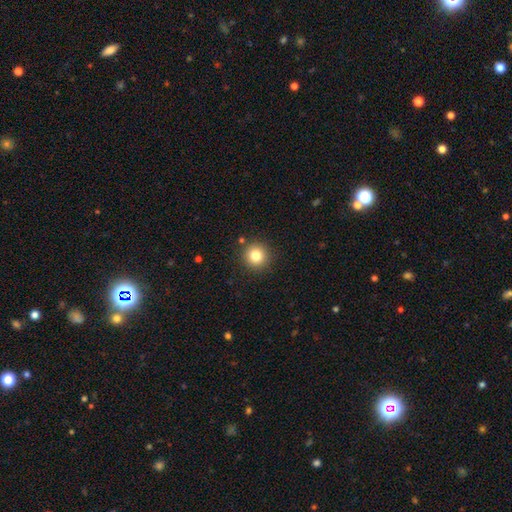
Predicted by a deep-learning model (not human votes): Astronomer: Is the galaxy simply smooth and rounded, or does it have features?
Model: smooth — 81%.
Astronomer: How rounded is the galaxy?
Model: round — 94%.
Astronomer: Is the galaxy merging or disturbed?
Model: none — 89%.